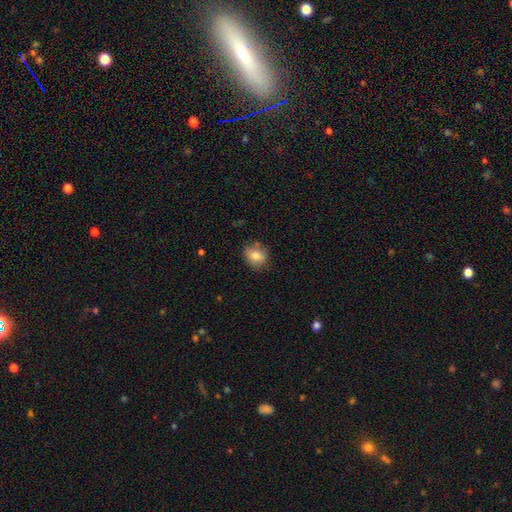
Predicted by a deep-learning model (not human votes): Smooth or featured? smooth (81%)
How rounded? round (57%)
Merging? none (78%)